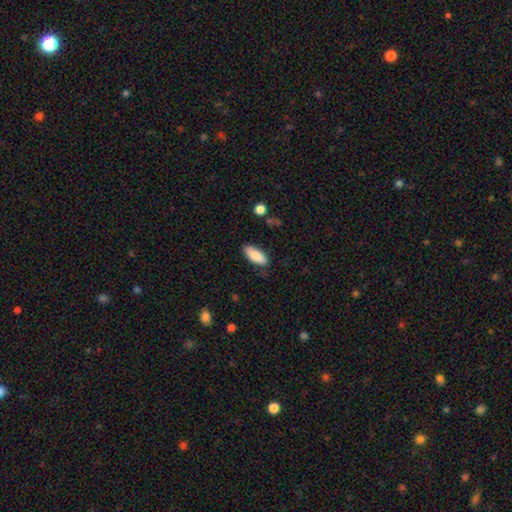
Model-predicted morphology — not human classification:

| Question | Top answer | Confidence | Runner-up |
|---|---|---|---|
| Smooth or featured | smooth | 85% | featured or disk (9%) |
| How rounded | in between | 81% | cigar-shaped (17%) |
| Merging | none | 81% | minor disturbance (15%) |